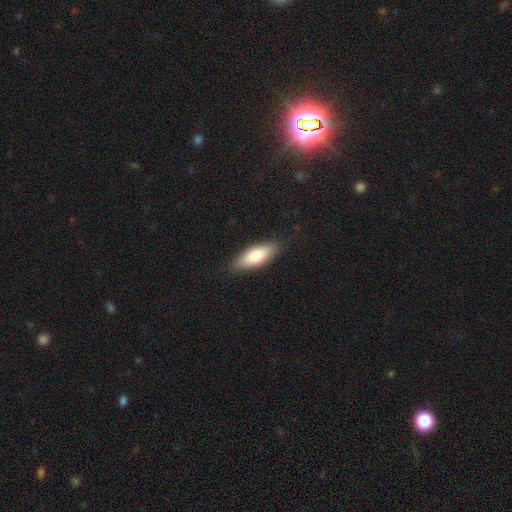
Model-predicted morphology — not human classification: This is likely a smooth galaxy (80%). How rounded: likely in between (71%). Merging: clearly none (85%).